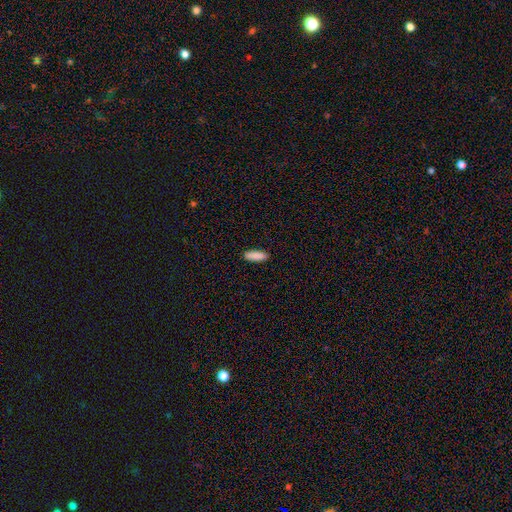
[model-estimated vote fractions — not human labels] smooth 90%, star or artifact 6%, featured or disk 4%. Down the decision tree: how rounded — in between (50%); merging — none (90%).